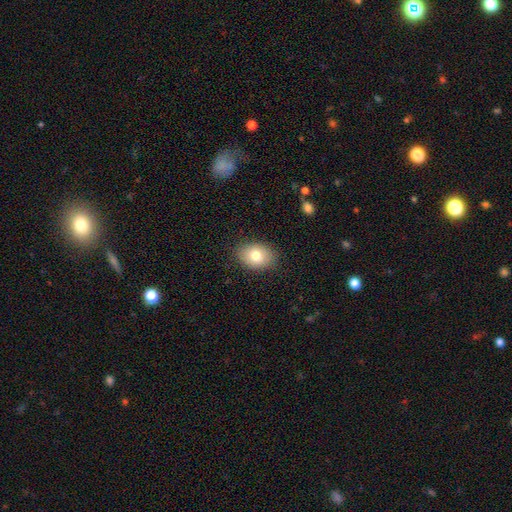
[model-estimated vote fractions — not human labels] Smooth or featured?
  - smooth: 79% *
  - featured or disk: 13%
  - star or artifact: 9%
How rounded?
  - in between: 73% *
  - round: 26%
  - cigar-shaped: 1%
Merging?
  - none: 87% *
  - minor disturbance: 9%
  - major disturbance: 2%
  - merger: 1%